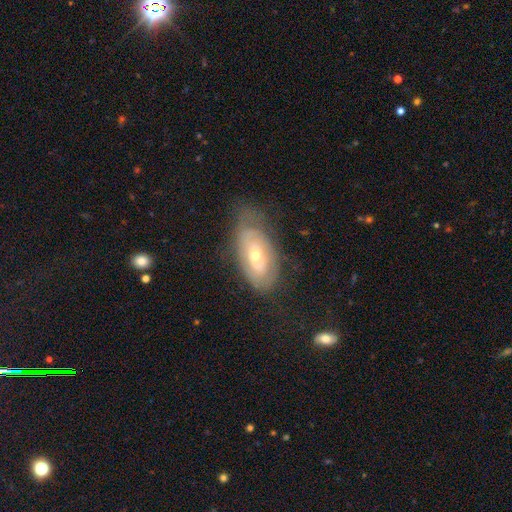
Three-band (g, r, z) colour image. It shows a featured or disk galaxy (62%) with no bar (79%), tight (80%) spiral arms (53%) and a small central bulge (79%). Merging: none (43%).